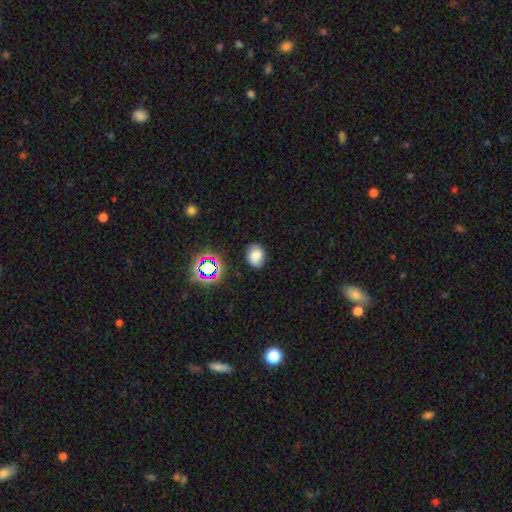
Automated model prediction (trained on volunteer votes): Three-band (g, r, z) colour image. It shows a smooth galaxy with no disk features (71%) that is in between round and cigar-shaped (55%). Merging: none (78%).